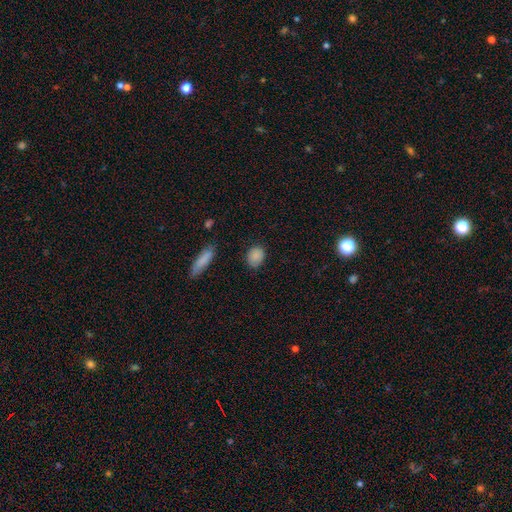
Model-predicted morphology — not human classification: Overall: smooth (86%). How rounded: in between (57%; round 41%). Merging: none (80%).